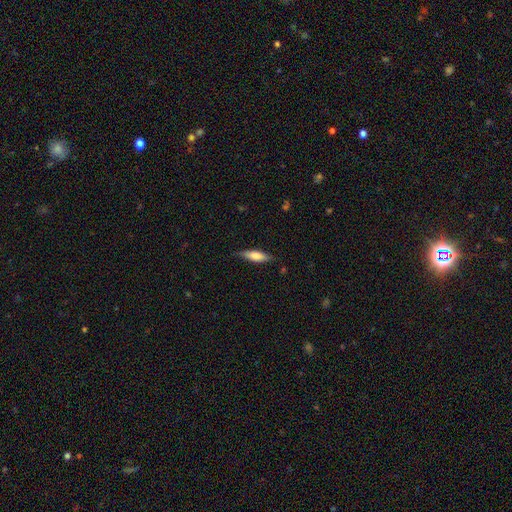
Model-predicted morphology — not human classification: A smooth galaxy with no disk features (64%) that is cigar-shaped (56%). Merging: none (81%).